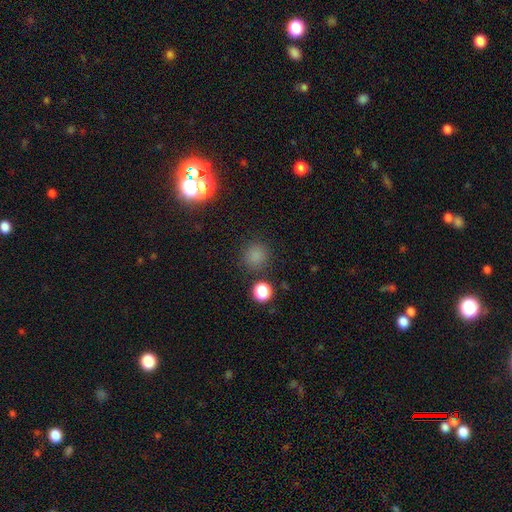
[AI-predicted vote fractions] smooth 78%, star or artifact 17%, featured or disk 4%. Down the decision tree: how rounded — round (91%); merging — none (86%).